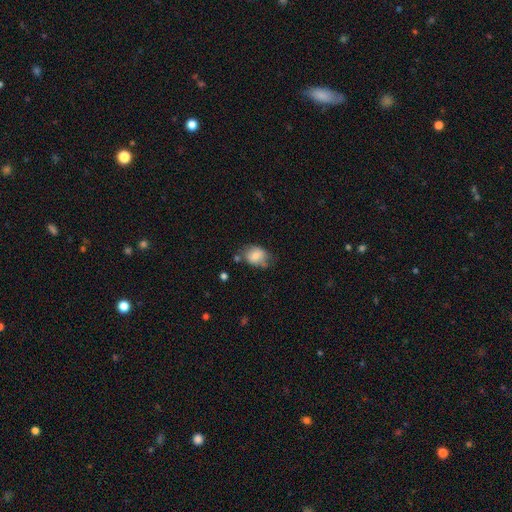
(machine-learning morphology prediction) Smooth or featured: smooth — 77% (featured or disk — 15%)
How rounded: in between — 66% (round — 33%)
Merging: none — 57% (minor disturbance — 28%)